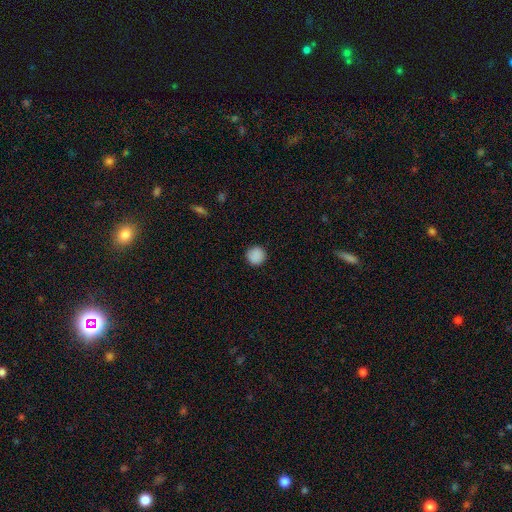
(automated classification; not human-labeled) This is clearly a smooth galaxy (88%). How rounded: clearly round (94%). Merging: clearly none (91%).